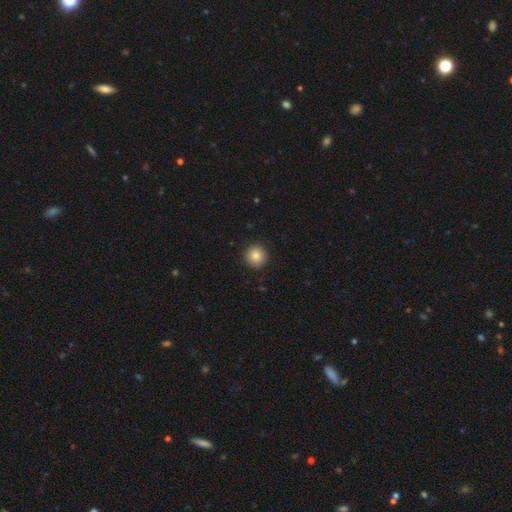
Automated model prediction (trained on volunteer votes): The model was most divided on "smooth or featured": smooth: 85%, star or artifact: 10%, featured or disk: 6%. More confident: how rounded — round (94%); merging — none (92%).